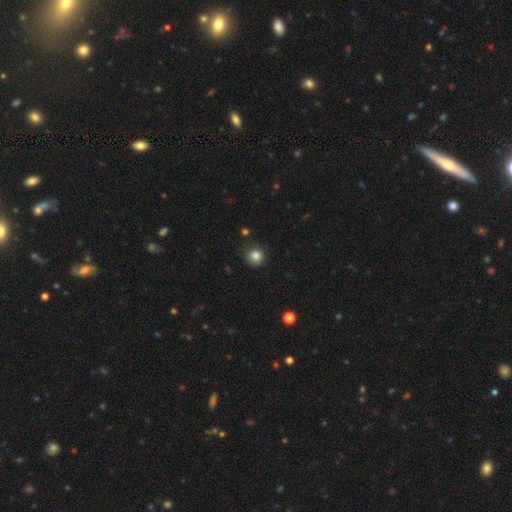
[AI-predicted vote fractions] smooth-or-featured: smooth: 82% | star or artifact: 12% | featured or disk: 6%
  how-rounded: round: 91% | in between: 8% | cigar-shaped: 1%
  merging: none: 82% | minor disturbance: 13% | major disturbance: 3% | merger: 2%